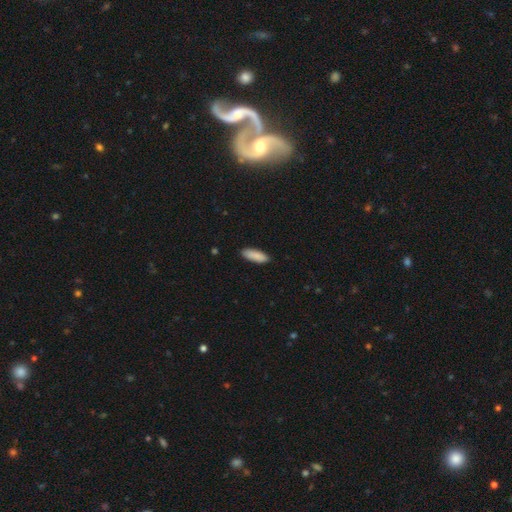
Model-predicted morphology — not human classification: smooth_or_featured: smooth (p=0.89) [alt: star or artifact p=0.06]
how_rounded: in between (p=0.64) [alt: cigar-shaped p=0.35]
merging: none (p=0.88) [alt: minor disturbance p=0.09]